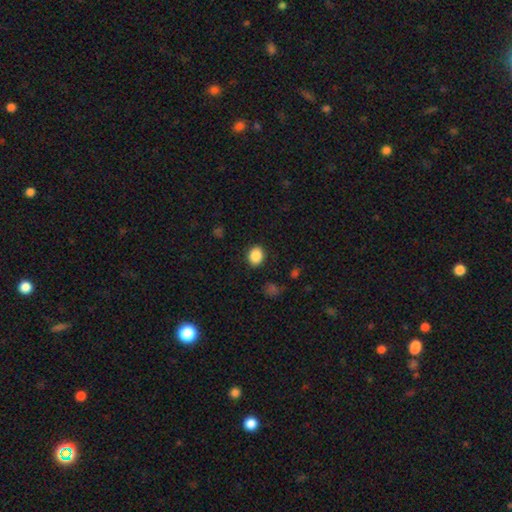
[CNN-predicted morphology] type=smooth (88%); roundness=round (52%); merging=none (89%).